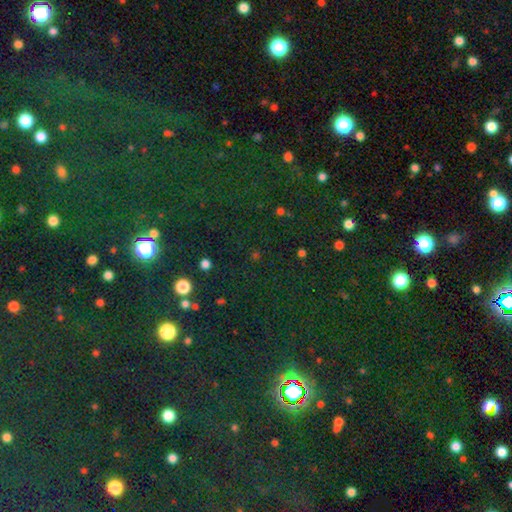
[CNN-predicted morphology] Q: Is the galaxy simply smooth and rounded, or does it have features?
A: star or artifact — 65%.